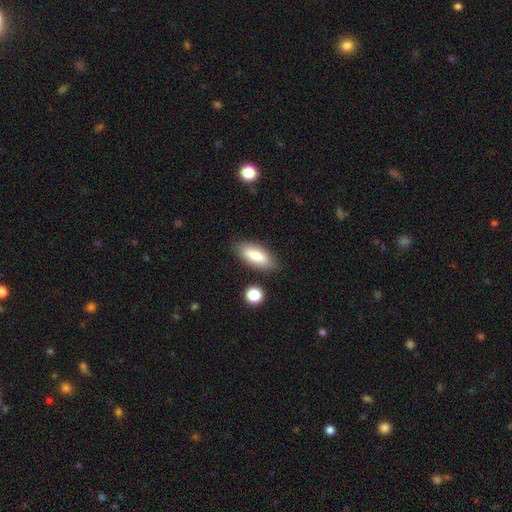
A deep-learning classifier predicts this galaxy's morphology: smooth-or-featured: smooth: 79% | featured or disk: 14% | star or artifact: 7%
  how-rounded: in between: 78% | cigar-shaped: 20% | round: 2%
  merging: none: 82% | minor disturbance: 11% | merger: 3% | major disturbance: 3%